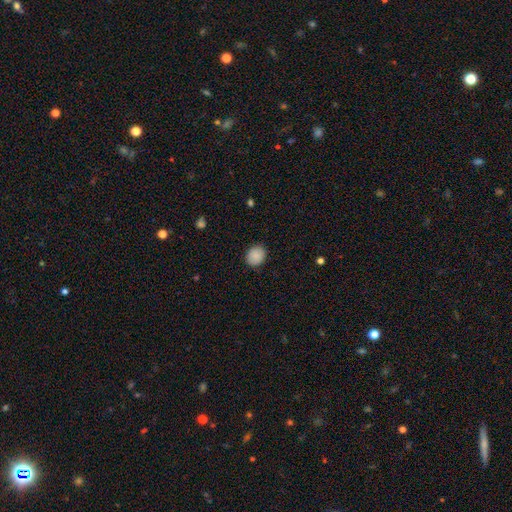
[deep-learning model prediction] This is clearly a smooth galaxy (89%). How rounded: likely round (70%). Merging: clearly none (88%).